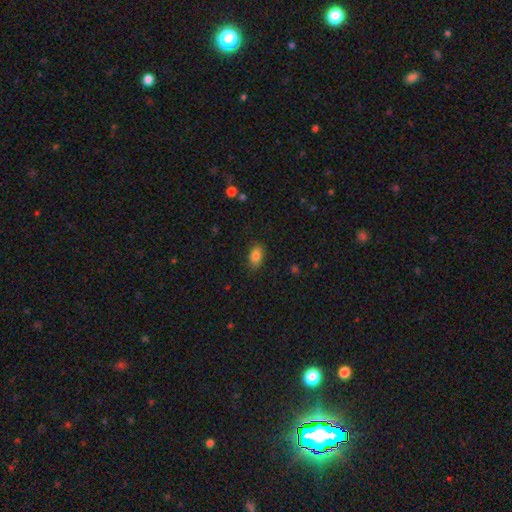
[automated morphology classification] type=smooth (86%); roundness=in between (87%); merging=none (85%).